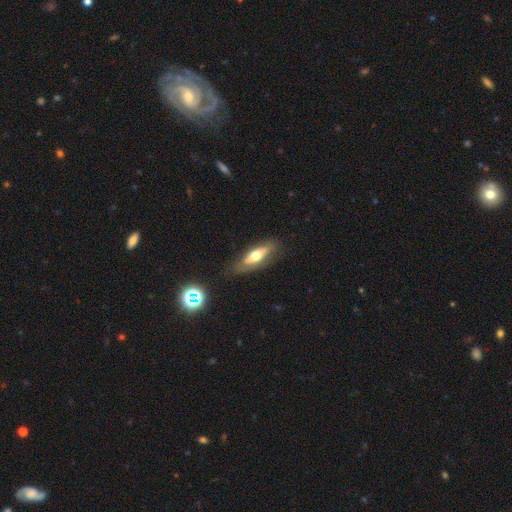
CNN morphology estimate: smooth-or-featured: featured or disk: 48% | smooth: 45% | star or artifact: 7%
  merging: none: 74% | minor disturbance: 18% | major disturbance: 5% | merger: 2%